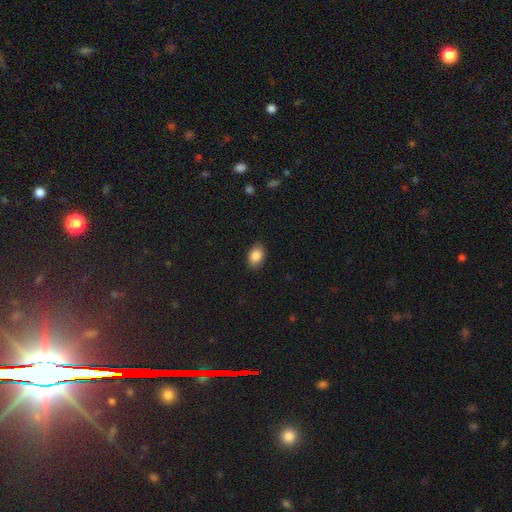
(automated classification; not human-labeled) smooth_or_featured: smooth (p=0.87) [alt: star or artifact p=0.08]
how_rounded: in between (p=0.79) [alt: round p=0.20]
merging: none (p=0.87) [alt: minor disturbance p=0.10]